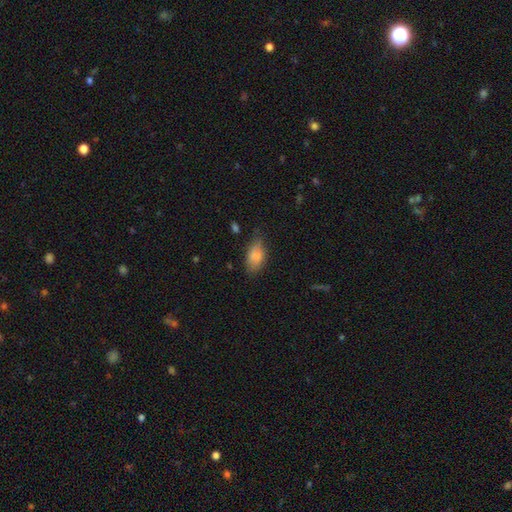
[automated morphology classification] The model was most divided on "merging": none: 63%, minor disturbance: 28%, major disturbance: 7%, merger: 2%. More confident: how rounded — in between (90%); smooth or featured — smooth (83%).